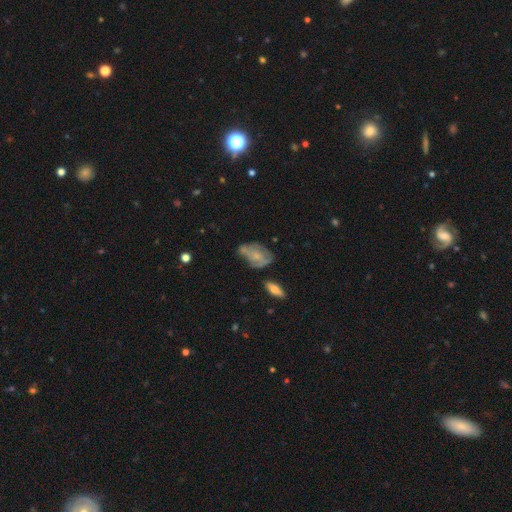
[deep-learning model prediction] Smooth or featured?
  - featured or disk: 46% *
  - smooth: 45%
  - star or artifact: 9%
Merging?
  - none: 43% *
  - minor disturbance: 32%
  - major disturbance: 15%
  - merger: 10%